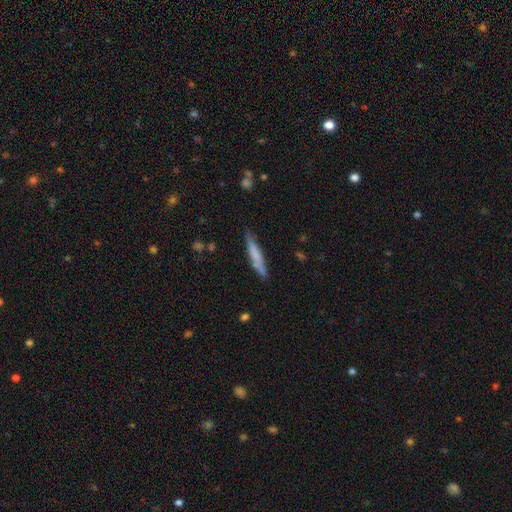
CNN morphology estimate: smooth-or-featured: smooth: 63% | featured or disk: 31% | star or artifact: 6%
  how-rounded: cigar-shaped: 91% | in between: 8% | round: 1%
  merging: none: 76% | minor disturbance: 16% | merger: 5% | major disturbance: 3%